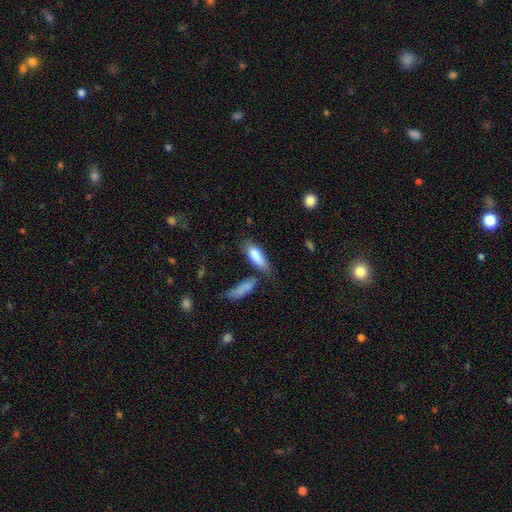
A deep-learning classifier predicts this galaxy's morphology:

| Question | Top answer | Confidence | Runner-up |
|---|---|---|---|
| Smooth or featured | smooth | 82% | featured or disk (11%) |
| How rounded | in between | 61% | cigar-shaped (37%) |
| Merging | none | 49% | minor disturbance (22%) |